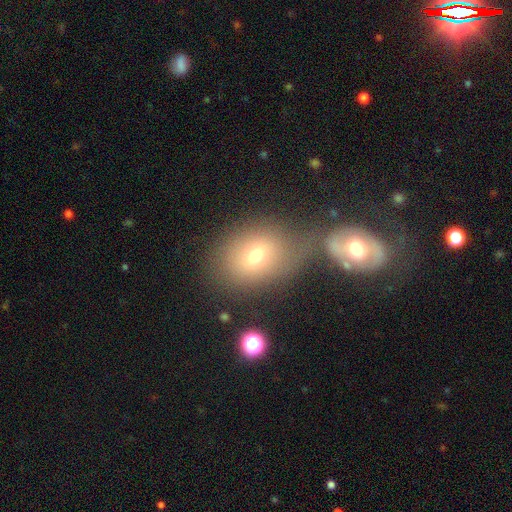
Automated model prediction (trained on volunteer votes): A smooth galaxy with no disk features (67%) that is in between round and cigar-shaped (58%).

Vote fractions:
- Smooth or featured? smooth: 67% / featured or disk: 20% / star or artifact: 13%
- How rounded? in between: 58% / round: 41% / cigar-shaped: 1%
- Merging? none: 48% / merger: 32% / minor disturbance: 13% / major disturbance: 7%